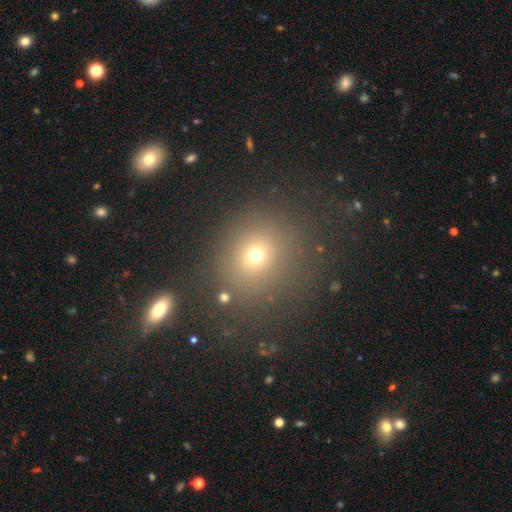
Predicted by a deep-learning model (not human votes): The model was most divided on "smooth or featured": smooth: 67%, star or artifact: 22%, featured or disk: 10%. More confident: merging — none (79%); how rounded — round (79%).